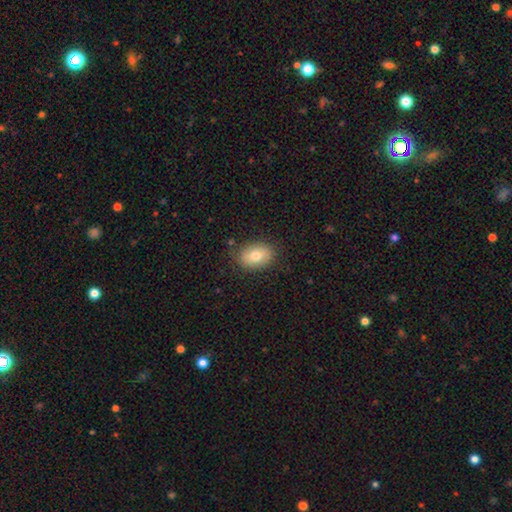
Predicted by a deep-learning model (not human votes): smooth_or_featured: smooth (p=0.76) [alt: featured or disk p=0.16]
how_rounded: in between (p=0.77) [alt: round p=0.22]
merging: none (p=0.83) [alt: minor disturbance p=0.13]